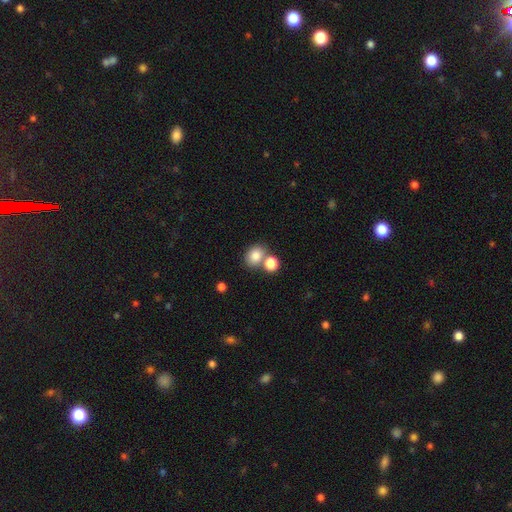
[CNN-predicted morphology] Q: Smooth or featured?
A: smooth (82%); runner-up: star or artifact (11%)
Q: How rounded?
A: round (54%); runner-up: in between (45%)
Q: Merging?
A: none (54%); runner-up: merger (33%)